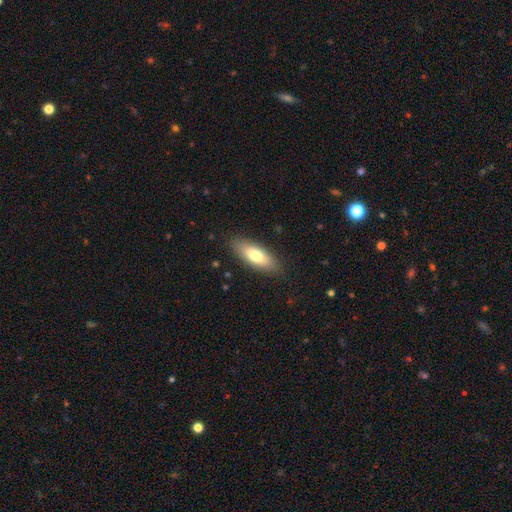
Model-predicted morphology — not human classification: Overall: smooth (72%). How rounded: in between (70%). Merging: none (86%).